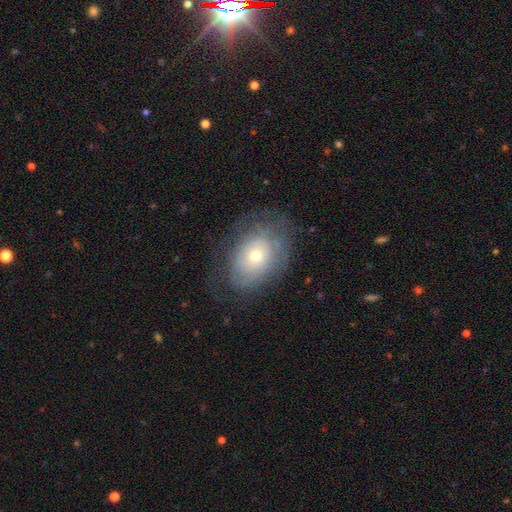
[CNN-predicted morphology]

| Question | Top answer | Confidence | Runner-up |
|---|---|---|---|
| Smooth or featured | smooth | 47% | featured or disk (43%) |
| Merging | none | 60% | minor disturbance (23%) |